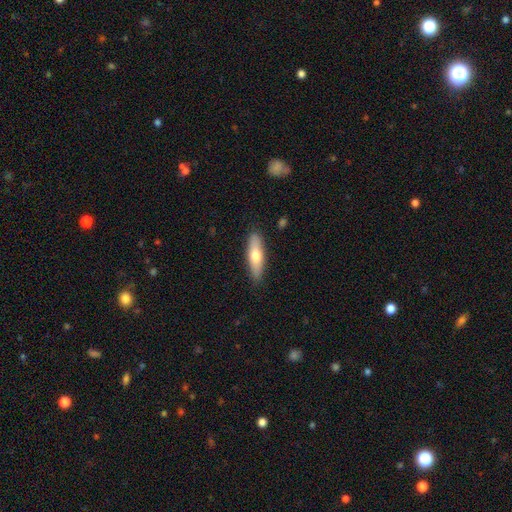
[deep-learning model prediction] Morphology: type=smooth (67%); roundness=cigar-shaped (56%); merging=none (86%).